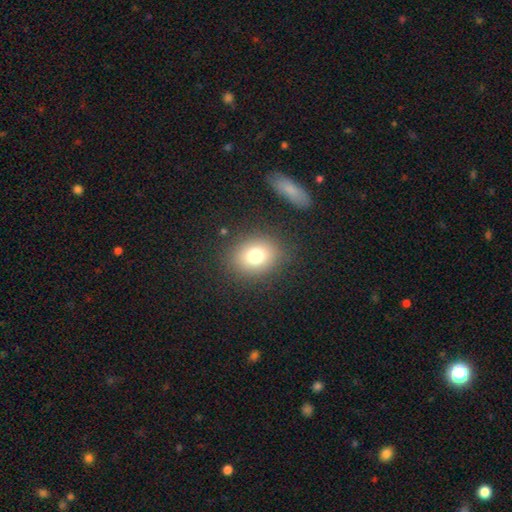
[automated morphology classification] Smooth or featured: smooth — 75% (star or artifact — 14%)
How rounded: round — 62% (in between — 37%)
Merging: none — 85% (minor disturbance — 9%)